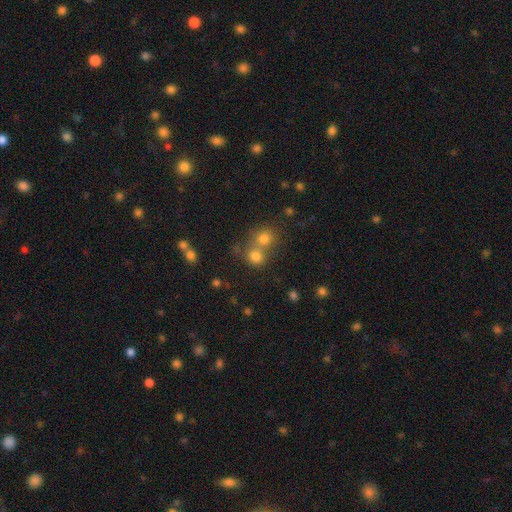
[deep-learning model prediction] Overall: smooth (75%). How rounded: round (81%). Merging: merger (45%, tied with none).